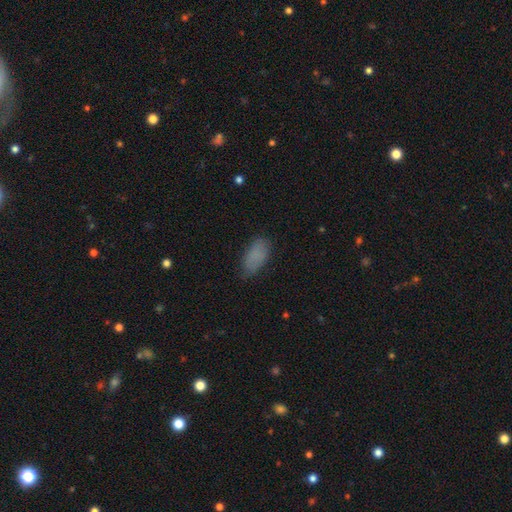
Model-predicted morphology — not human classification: Smooth or featured?
  - smooth: 84% *
  - star or artifact: 9%
  - featured or disk: 8%
How rounded?
  - in between: 91% *
  - cigar-shaped: 6%
  - round: 3%
Merging?
  - none: 73% *
  - minor disturbance: 21%
  - major disturbance: 5%
  - merger: 1%